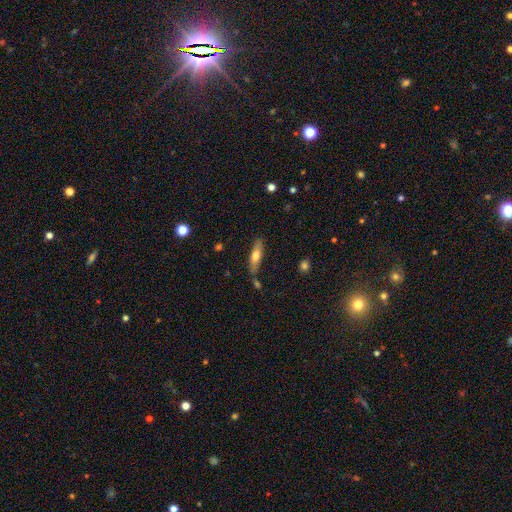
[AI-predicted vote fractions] Smooth or featured?
  - smooth: 58% *
  - featured or disk: 36%
  - star or artifact: 6%
How rounded?
  - cigar-shaped: 67% *
  - in between: 31%
  - round: 2%
Merging?
  - none: 74% *
  - minor disturbance: 16%
  - merger: 7%
  - major disturbance: 4%